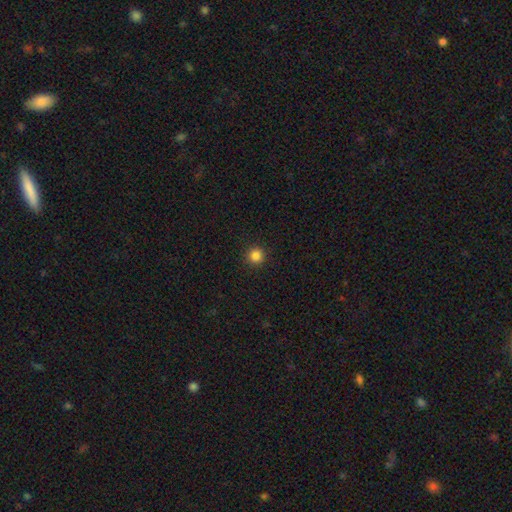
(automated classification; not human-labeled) Q: Smooth or featured?
A: smooth (85%); runner-up: star or artifact (12%)
Q: How rounded?
A: round (96%); runner-up: in between (3%)
Q: Merging?
A: none (93%); runner-up: minor disturbance (5%)